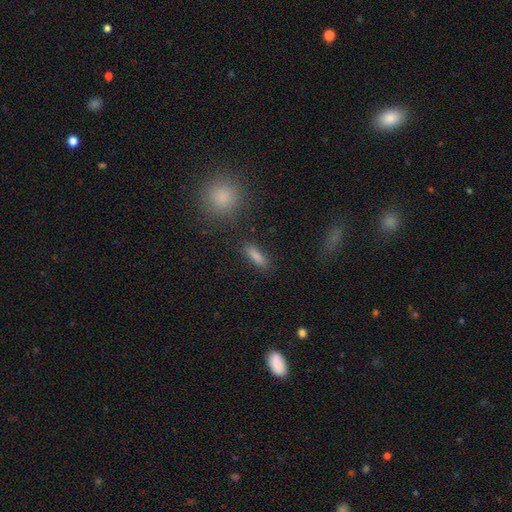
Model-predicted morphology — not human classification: The model was most divided on "how rounded": cigar-shaped: 53%, in between: 42%, round: 5%. More confident: merging — none (85%); smooth or featured — smooth (79%).